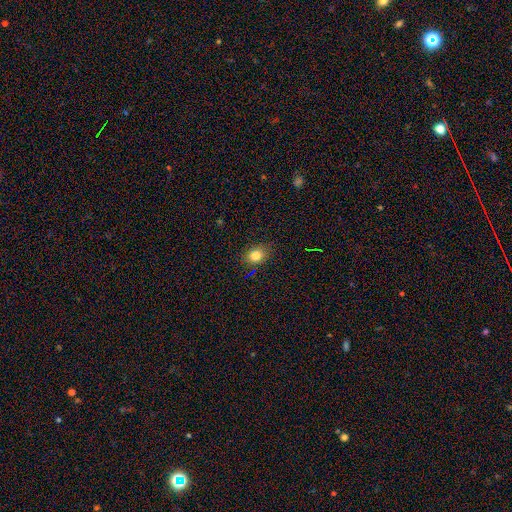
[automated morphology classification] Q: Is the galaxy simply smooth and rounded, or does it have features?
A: smooth — 80%.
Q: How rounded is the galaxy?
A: round — 51%.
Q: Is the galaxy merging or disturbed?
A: none — 83%.